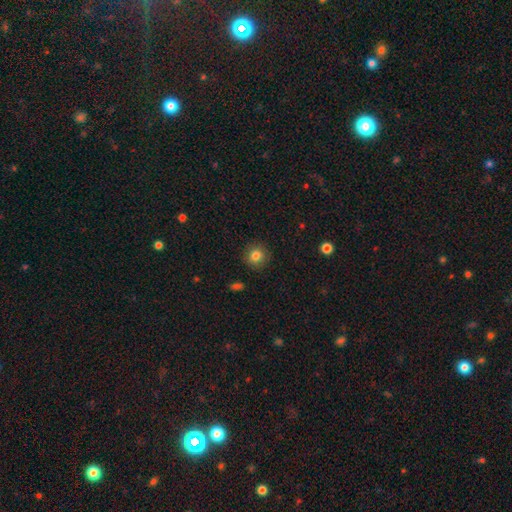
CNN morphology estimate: Q: Smooth or featured?
A: smooth (83%); runner-up: star or artifact (10%)
Q: How rounded?
A: round (89%); runner-up: in between (10%)
Q: Merging?
A: none (89%); runner-up: minor disturbance (8%)